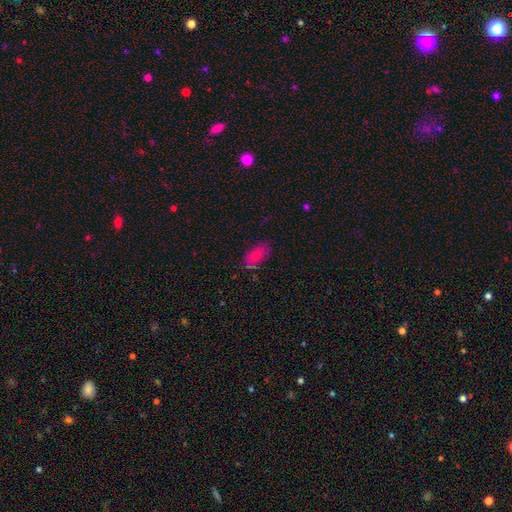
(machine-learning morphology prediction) A smooth galaxy with no disk features (74%) that is in between round and cigar-shaped (91%).

Vote fractions:
- Smooth or featured? smooth: 74% / featured or disk: 17% / star or artifact: 9%
- How rounded? in between: 91% / round: 6% / cigar-shaped: 3%
- Merging? none: 71% / minor disturbance: 21% / major disturbance: 5% / merger: 4%